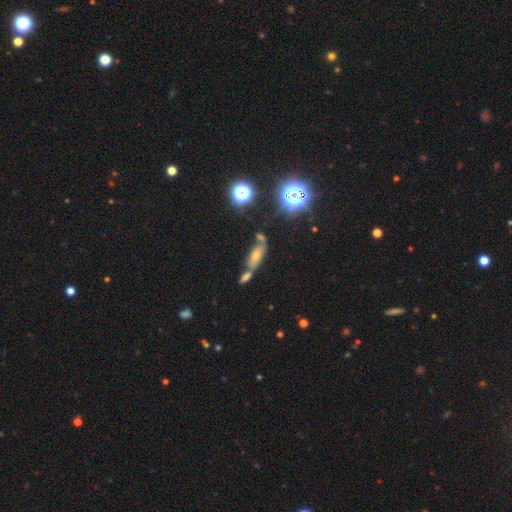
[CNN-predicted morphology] Overall: smooth (40%; featured or disk 32%). Merging: none (52%; merger 27%).